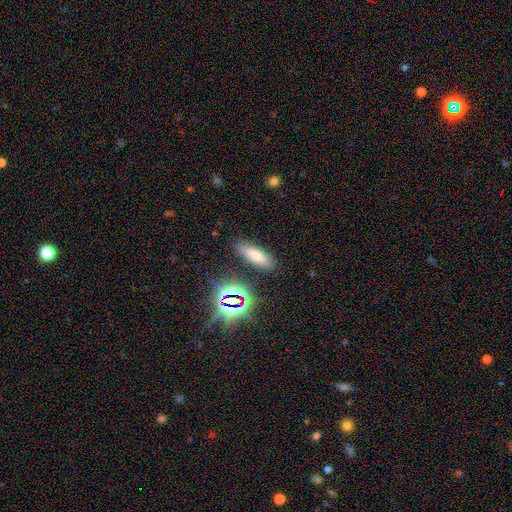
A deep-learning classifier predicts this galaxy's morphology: Smooth or featured?
  - smooth: 67% *
  - star or artifact: 19%
  - featured or disk: 14%
How rounded?
  - in between: 49% *
  - cigar-shaped: 47%
  - round: 4%
Merging?
  - none: 86% *
  - minor disturbance: 9%
  - major disturbance: 3%
  - merger: 2%